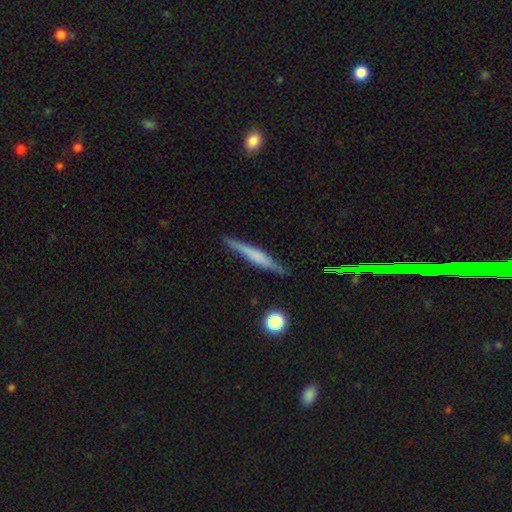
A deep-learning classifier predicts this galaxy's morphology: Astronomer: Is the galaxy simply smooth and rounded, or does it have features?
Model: featured or disk — 49% (runner-up: smooth, 44%).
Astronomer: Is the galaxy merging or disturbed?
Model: none — 87%.